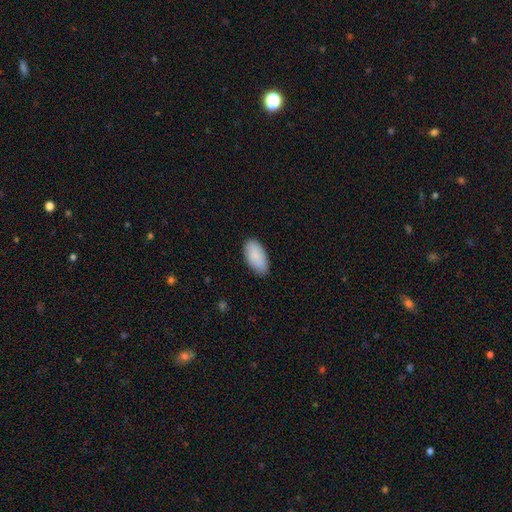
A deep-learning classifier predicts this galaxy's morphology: This is clearly a smooth galaxy (88%). How rounded: clearly in between (95%). Merging: clearly none (84%).